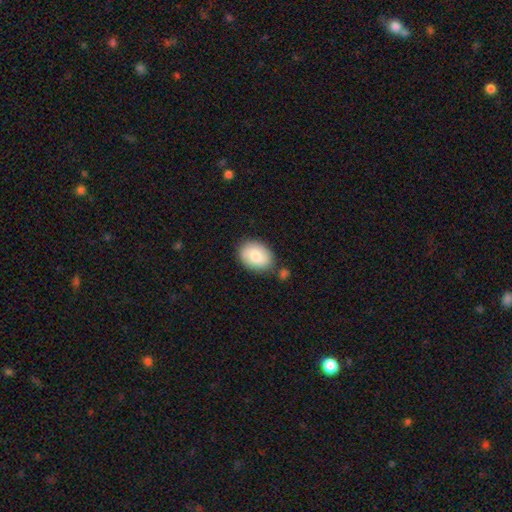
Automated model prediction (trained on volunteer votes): Smooth or featured? Predicted: smooth (p=0.66). How rounded? Predicted: in between (p=0.73). Merging? Predicted: none (p=0.77).